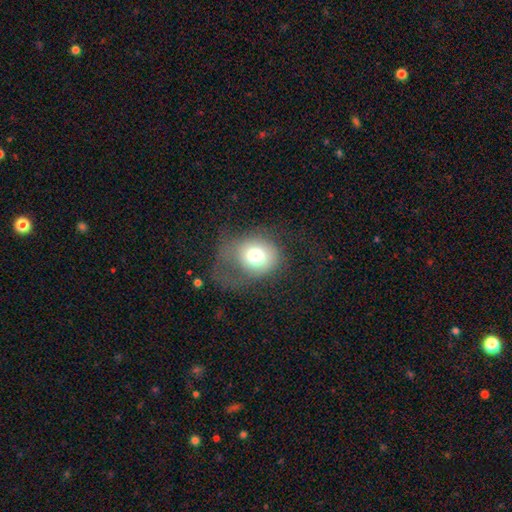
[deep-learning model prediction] Q: Smooth or featured?
A: smooth (73%); runner-up: featured or disk (16%)
Q: How rounded?
A: round (70%); runner-up: in between (29%)
Q: Merging?
A: major disturbance (37%); tied with: none (37%)